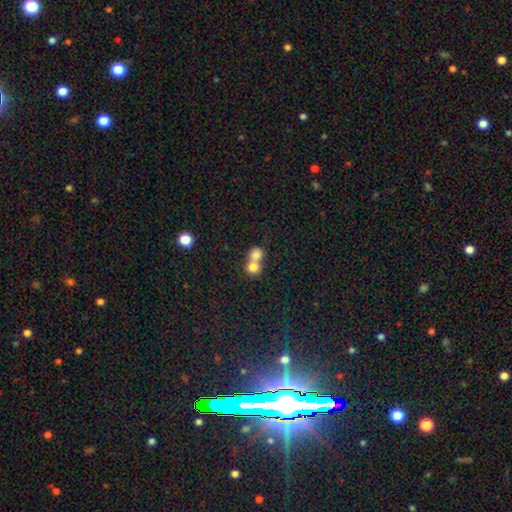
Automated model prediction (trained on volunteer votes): This is likely a smooth galaxy (78%). How rounded: likely round (79%). Merging: likely merger (67%).